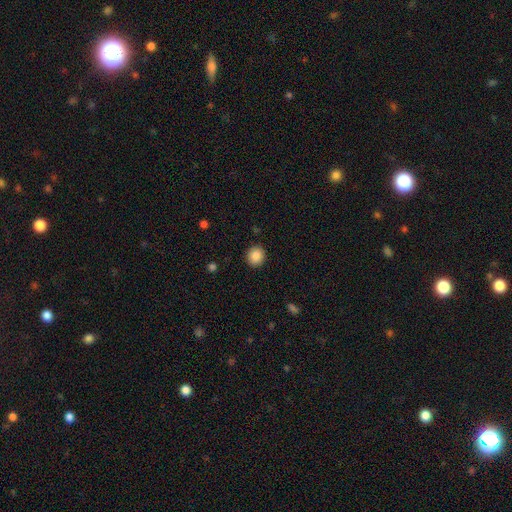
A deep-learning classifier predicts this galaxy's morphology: A smooth galaxy with no disk features (87%) that is round (83%).

Vote fractions:
- Smooth or featured? smooth: 87% / star or artifact: 9% / featured or disk: 5%
- How rounded? round: 83% / in between: 16% / cigar-shaped: 1%
- Merging? none: 91% / minor disturbance: 6% / major disturbance: 2% / merger: 1%